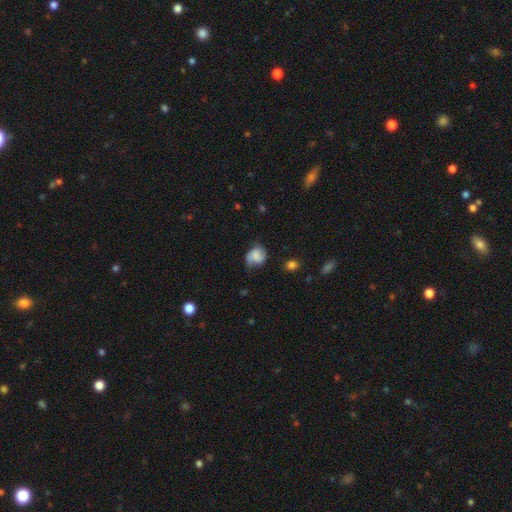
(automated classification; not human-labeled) Smooth or featured: smooth — 59% (featured or disk — 32%)
How rounded: round — 58% (in between — 41%)
Merging: none — 49% (minor disturbance — 33%)